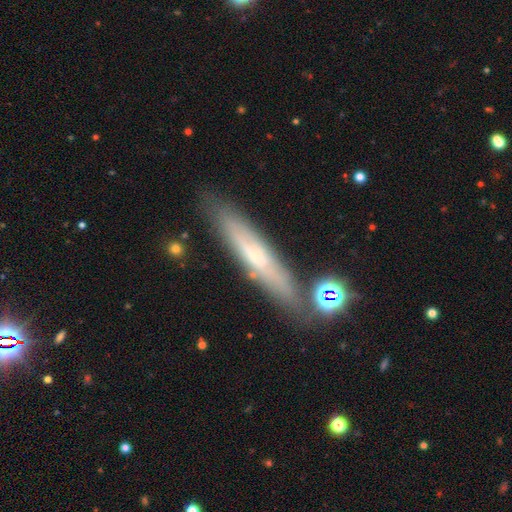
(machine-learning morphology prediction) featured or disk 46%, smooth 45%, star or artifact 10%. Down the decision tree: merging — none (81%).